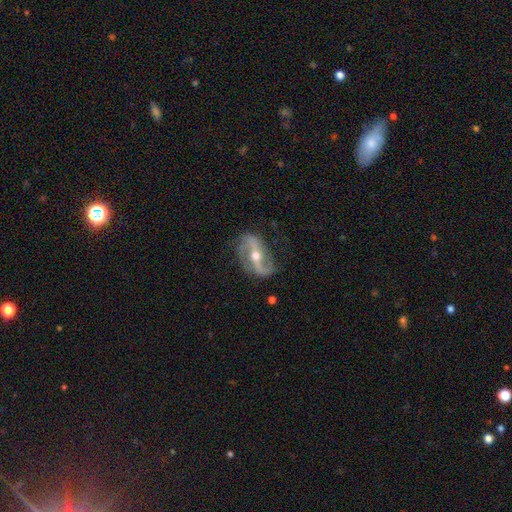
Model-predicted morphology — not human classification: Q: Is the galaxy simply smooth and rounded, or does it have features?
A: featured or disk — 88%.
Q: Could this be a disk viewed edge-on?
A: no — 94%.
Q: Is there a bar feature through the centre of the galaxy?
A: strong — 50%.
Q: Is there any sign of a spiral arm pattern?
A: yes — 94%.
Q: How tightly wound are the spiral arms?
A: loose — 58%.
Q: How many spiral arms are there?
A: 2 — 91%.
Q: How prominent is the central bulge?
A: moderate — 64%.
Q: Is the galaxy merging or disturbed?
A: none — 76%.